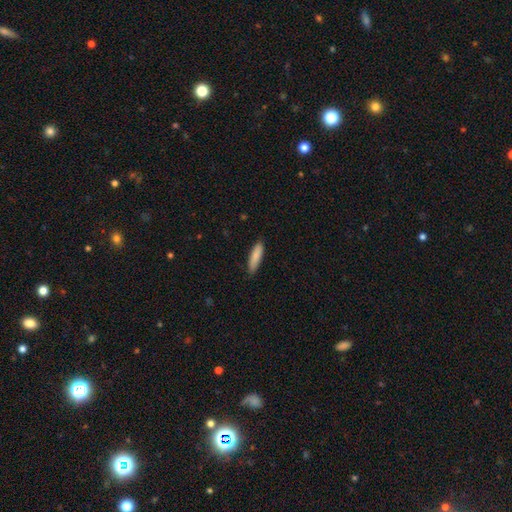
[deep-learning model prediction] Smooth or featured: smooth — 85% (featured or disk — 9%)
How rounded: cigar-shaped — 68% (in between — 30%)
Merging: none — 85% (minor disturbance — 12%)